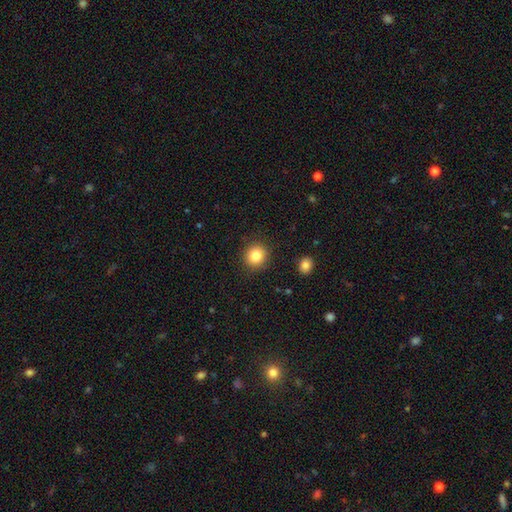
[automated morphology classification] smooth_or_featured: smooth (p=0.83) [alt: star or artifact p=0.10]
how_rounded: round (p=0.89) [alt: in between p=0.10]
merging: none (p=0.90) [alt: minor disturbance p=0.06]